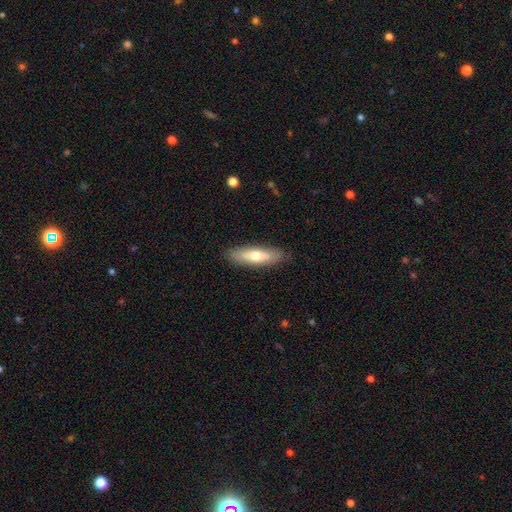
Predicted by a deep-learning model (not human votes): smooth-or-featured: smooth: 59% | featured or disk: 35% | star or artifact: 6%
  how-rounded: cigar-shaped: 60% | in between: 38% | round: 2%
  merging: none: 86% | minor disturbance: 10% | major disturbance: 2% | merger: 1%